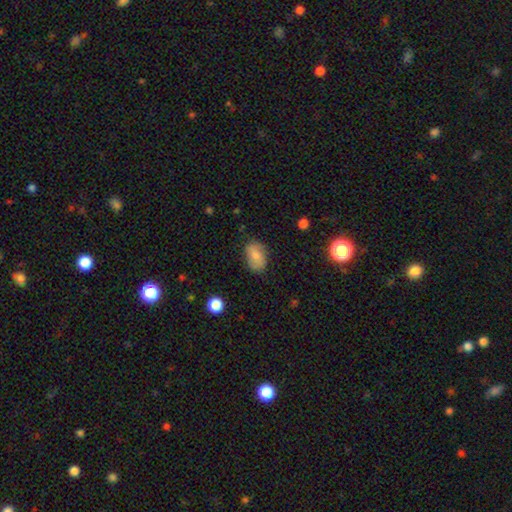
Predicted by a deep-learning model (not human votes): This is likely a smooth galaxy (72%). How rounded: clearly in between (85%). Merging: likely none (74%).